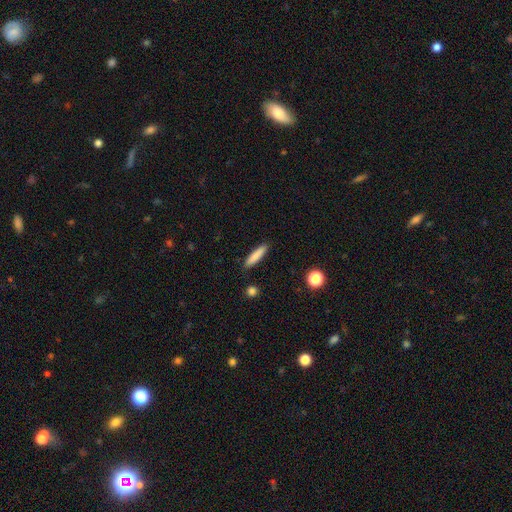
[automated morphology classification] A smooth galaxy with no disk features (84%) that is cigar-shaped (85%).

Vote fractions:
- Smooth or featured? smooth: 84% / featured or disk: 10% / star or artifact: 7%
- How rounded? cigar-shaped: 85% / in between: 14% / round: 1%
- Merging? none: 89% / minor disturbance: 7% / major disturbance: 2% / merger: 1%